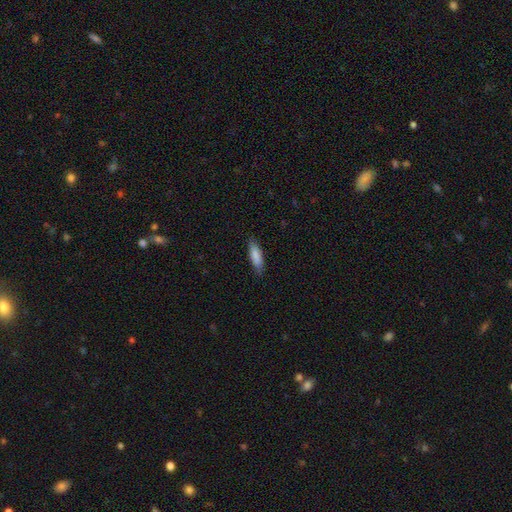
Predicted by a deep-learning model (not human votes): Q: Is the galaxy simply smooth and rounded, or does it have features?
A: smooth — 85%.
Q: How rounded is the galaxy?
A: cigar-shaped — 56%.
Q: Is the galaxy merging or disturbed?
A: none — 83%.